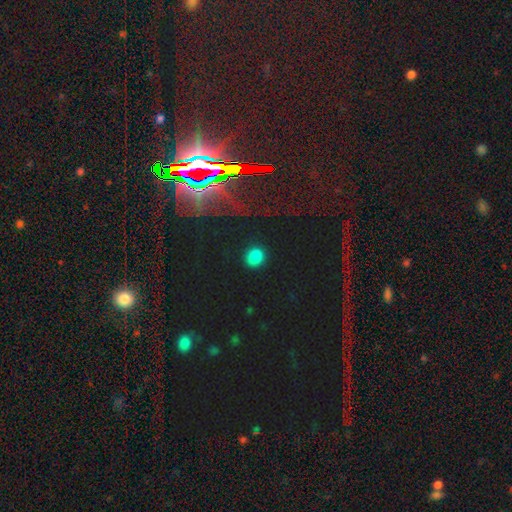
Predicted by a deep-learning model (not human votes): A smooth galaxy with no disk features (78%) that is round (60%). Merging: none (86%).